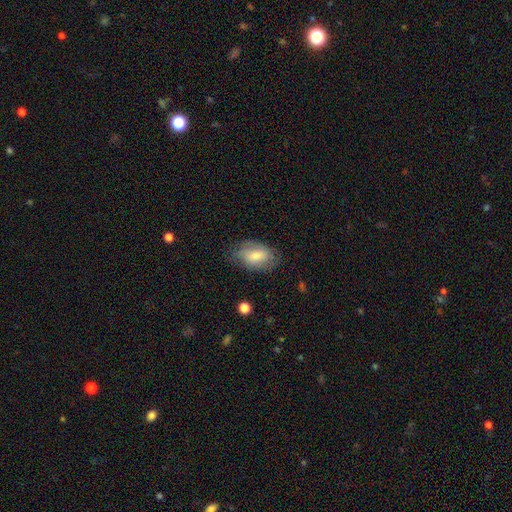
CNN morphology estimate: type=smooth (68%); roundness=in between (90%); merging=none (68%).